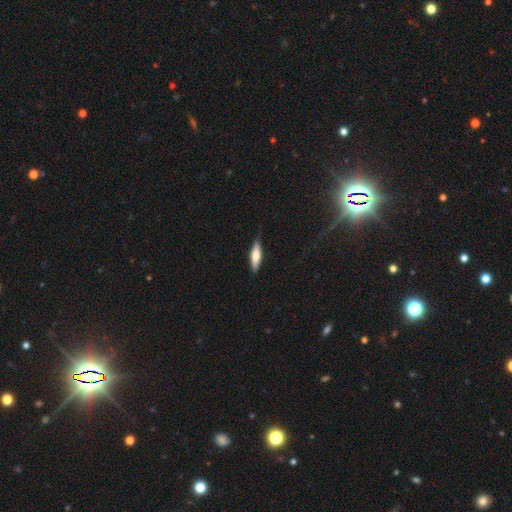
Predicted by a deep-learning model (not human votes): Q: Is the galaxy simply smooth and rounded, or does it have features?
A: smooth — 66%.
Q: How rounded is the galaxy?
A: cigar-shaped — 70%.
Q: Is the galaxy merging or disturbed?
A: none — 84%.